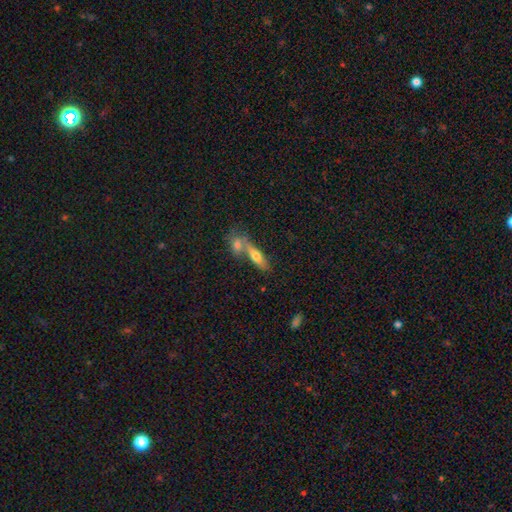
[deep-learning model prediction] Smooth or featured? smooth (62%)
How rounded? cigar-shaped (53%)
Merging? merger (44%)